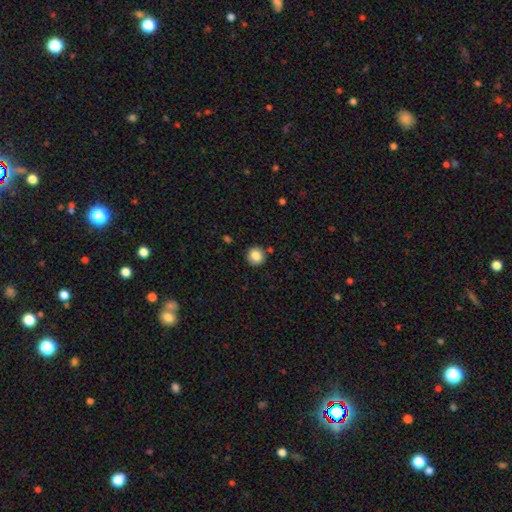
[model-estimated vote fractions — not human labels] Smooth or featured?
  - smooth: 84% *
  - star or artifact: 10%
  - featured or disk: 6%
How rounded?
  - round: 94% *
  - in between: 5%
  - cigar-shaped: 1%
Merging?
  - none: 89% *
  - minor disturbance: 7%
  - merger: 3%
  - major disturbance: 2%